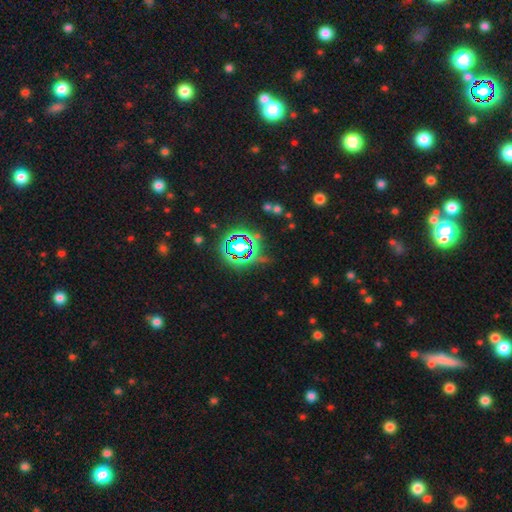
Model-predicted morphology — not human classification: smooth-or-featured: star or artifact: 78% | smooth: 13% | featured or disk: 9%